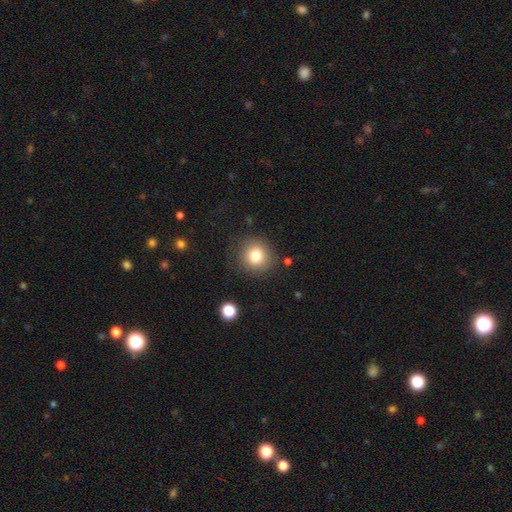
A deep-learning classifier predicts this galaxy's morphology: Q: Smooth or featured?
A: smooth (80%); runner-up: star or artifact (11%)
Q: How rounded?
A: round (88%); runner-up: in between (11%)
Q: Merging?
A: none (83%); runner-up: minor disturbance (10%)